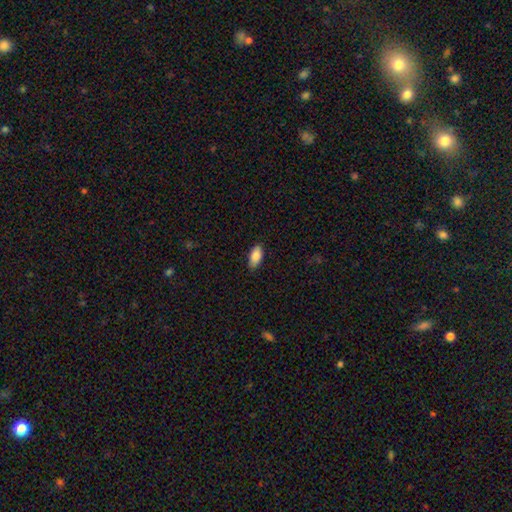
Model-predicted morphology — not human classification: type=smooth (86%); roundness=in between (91%); merging=none (85%).